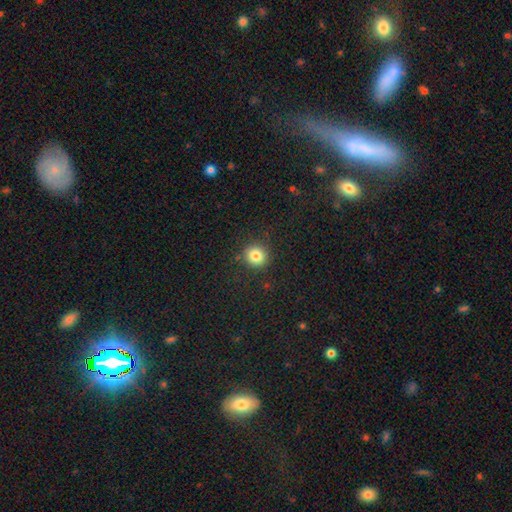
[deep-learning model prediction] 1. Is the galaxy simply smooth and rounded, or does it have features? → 82% smooth, 12% star or artifact, 6% featured or disk.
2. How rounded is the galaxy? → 91% round, 8% in between, 1% cigar-shaped.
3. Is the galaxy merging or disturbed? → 89% none, 7% minor disturbance, 3% major disturbance, 1% merger.